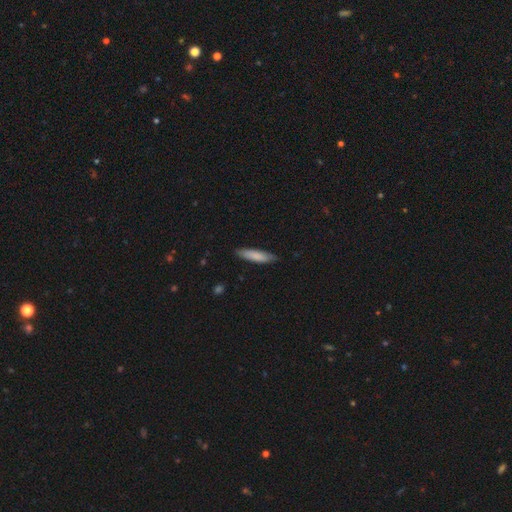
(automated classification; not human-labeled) Smooth or featured: smooth — 82% (featured or disk — 13%)
How rounded: cigar-shaped — 77% (in between — 22%)
Merging: none — 85% (minor disturbance — 12%)